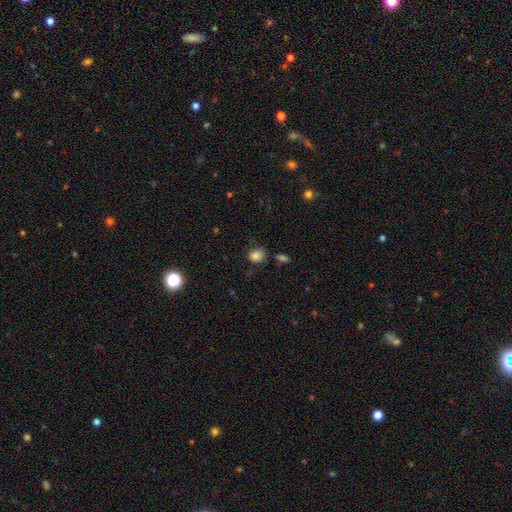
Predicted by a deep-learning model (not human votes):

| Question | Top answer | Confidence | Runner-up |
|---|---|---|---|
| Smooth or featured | smooth | 83% | star or artifact (11%) |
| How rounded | round | 64% | in between (35%) |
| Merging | none | 71% | minor disturbance (20%) |